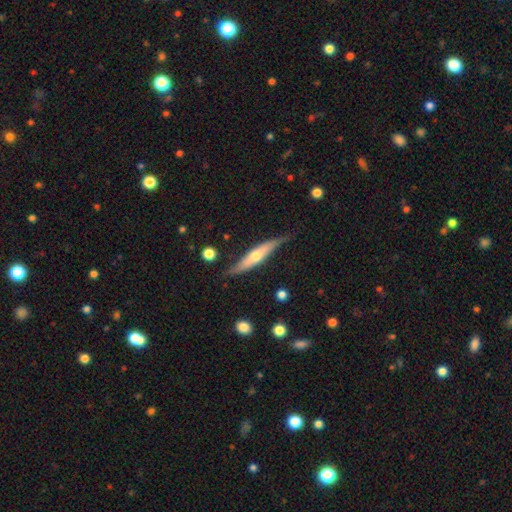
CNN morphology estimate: Smooth or featured?
  - featured or disk: 58% *
  - smooth: 37%
  - star or artifact: 5%
Edge-on disk?
  - yes: 88% *
  - no: 12%
Edge-on bulge?
  - rounded: 80% *
  - none: 13%
  - boxy: 6%
Merging?
  - none: 73% *
  - minor disturbance: 21%
  - major disturbance: 4%
  - merger: 2%